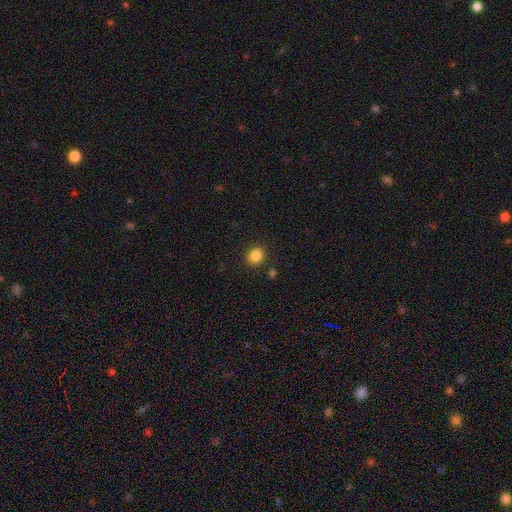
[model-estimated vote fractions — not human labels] A smooth galaxy with no disk features (85%) that is round (78%).

Vote fractions:
- Smooth or featured? smooth: 85% / star or artifact: 11% / featured or disk: 4%
- How rounded? round: 78% / in between: 21% / cigar-shaped: 1%
- Merging? none: 88% / minor disturbance: 7% / merger: 3% / major disturbance: 2%